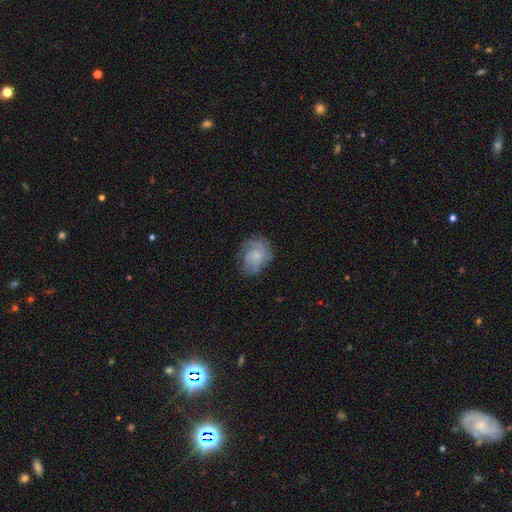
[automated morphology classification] smooth_or_featured: featured or disk (p=0.48) [alt: smooth p=0.44]
merging: none (p=0.63) [alt: minor disturbance p=0.23]